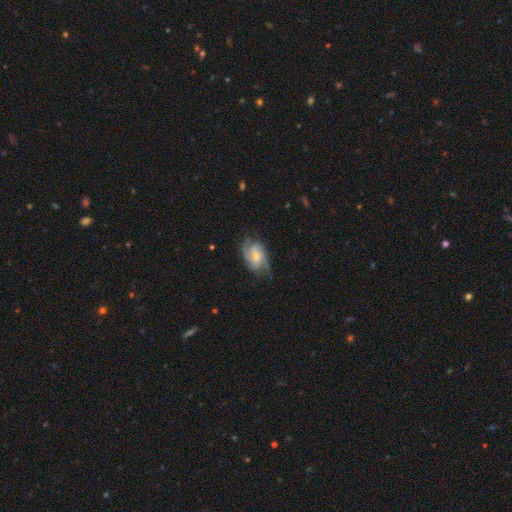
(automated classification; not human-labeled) Smooth or featured? featured or disk (68%)
Edge-on disk? no (96%)
Bar? no (48%)
Spiral arms? yes (91%)
Spiral winding? medium (46%)
Spiral arm count? 2 (52%)
Bulge size? moderate (42%)
Merging? none (57%)